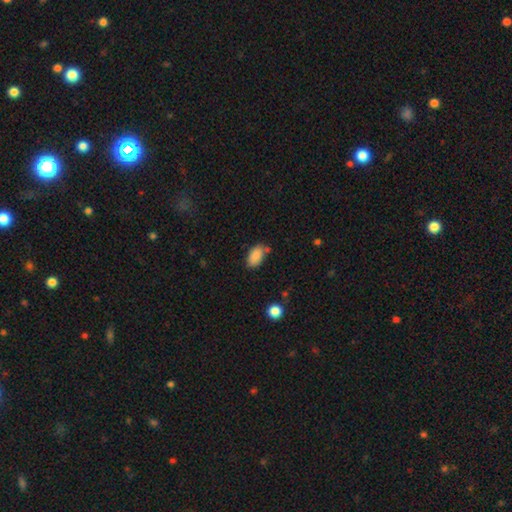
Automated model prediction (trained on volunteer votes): Morphology: type=smooth (86%); roundness=in between (93%); merging=none (61%).